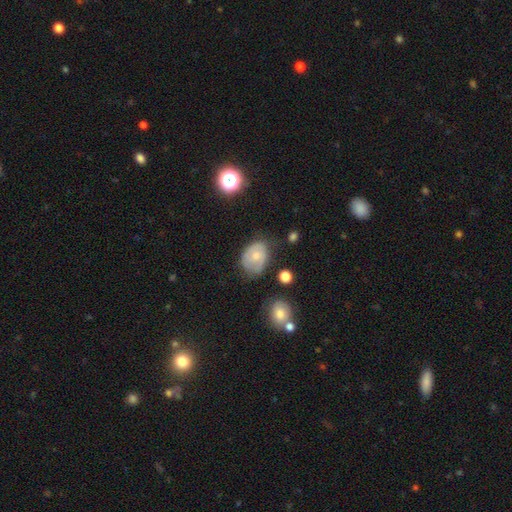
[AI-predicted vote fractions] A smooth galaxy with no disk features (58%) that is in between round and cigar-shaped (62%).

Vote fractions:
- Smooth or featured? smooth: 58% / featured or disk: 34% / star or artifact: 8%
- How rounded? in between: 62% / round: 37% / cigar-shaped: 1%
- Merging? none: 53% / minor disturbance: 32% / major disturbance: 12% / merger: 3%